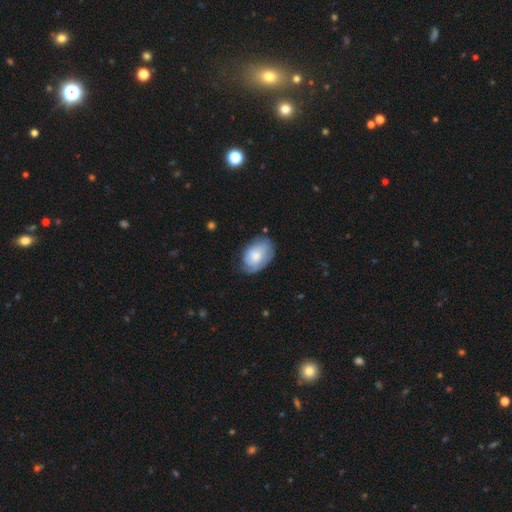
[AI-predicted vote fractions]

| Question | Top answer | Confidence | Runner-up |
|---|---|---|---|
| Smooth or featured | smooth | 61% | featured or disk (33%) |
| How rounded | in between | 86% | round (13%) |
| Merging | none | 61% | minor disturbance (29%) |